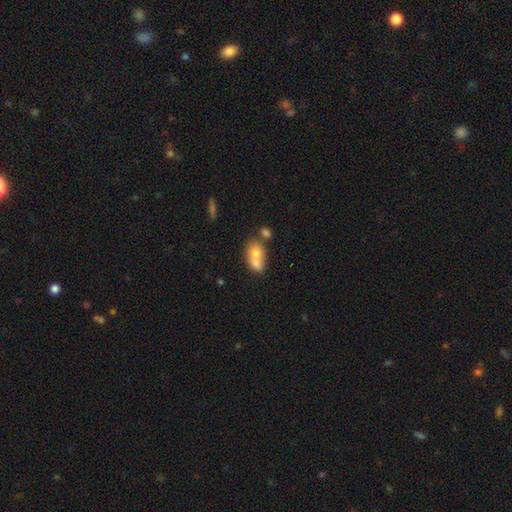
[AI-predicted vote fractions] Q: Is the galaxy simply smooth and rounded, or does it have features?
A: smooth — 69%.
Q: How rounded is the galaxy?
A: in between — 69%.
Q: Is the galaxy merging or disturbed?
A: merger — 62%.